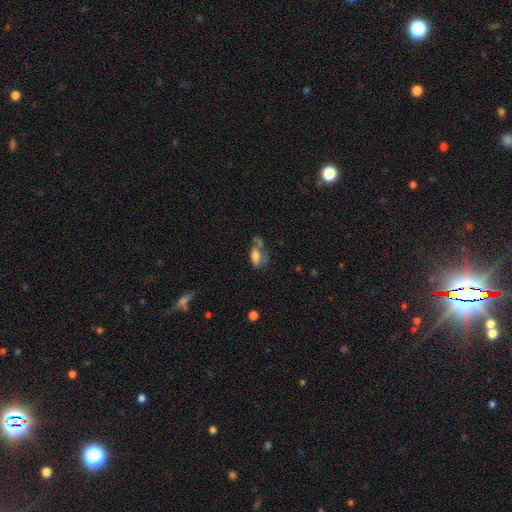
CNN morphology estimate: The model was most divided on "merging": none: 32%, minor disturbance: 24%, major disturbance: 23%, merger: 21%. More confident: how rounded — in between (82%); smooth or featured — smooth (67%).